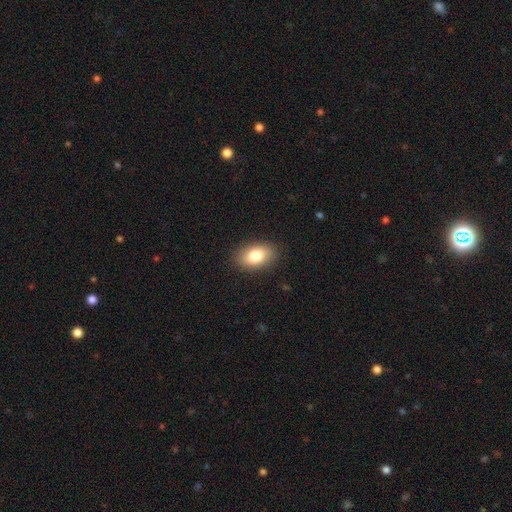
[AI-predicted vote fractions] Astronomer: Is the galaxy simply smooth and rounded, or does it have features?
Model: smooth — 80%.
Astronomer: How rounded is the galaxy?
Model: in between — 89%.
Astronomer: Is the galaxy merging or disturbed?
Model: none — 88%.